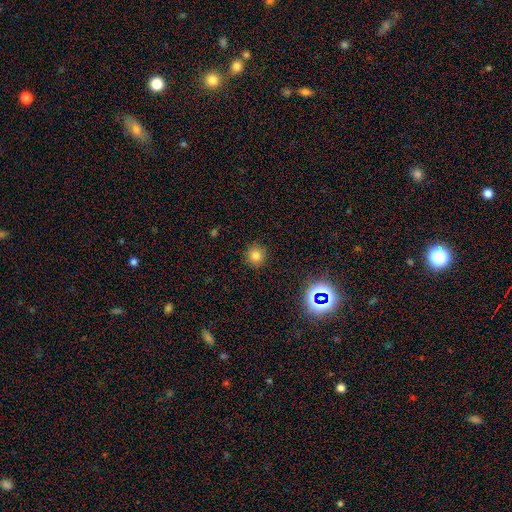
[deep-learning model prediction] The model was most divided on "smooth or featured": smooth: 78%, star or artifact: 15%, featured or disk: 7%. More confident: how rounded — round (93%); merging — none (90%).